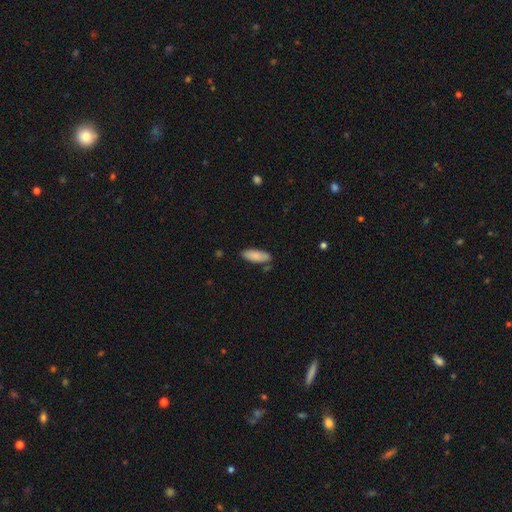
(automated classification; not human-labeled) This appears to be a smooth galaxy with no disk features (87%) that is in between round and cigar-shaped (73%). Merging: none (79%).